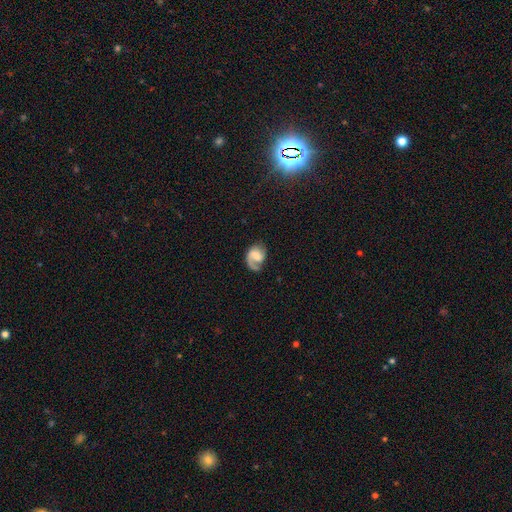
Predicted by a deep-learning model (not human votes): Smooth or featured? featured or disk (76%)
Edge-on disk? no (98%)
Bar? weak (48%)
Spiral arms? yes (95%)
Spiral winding? medium (45%)
Spiral arm count? 1 (49%)
Bulge size? none (30%)
Merging? none (62%)